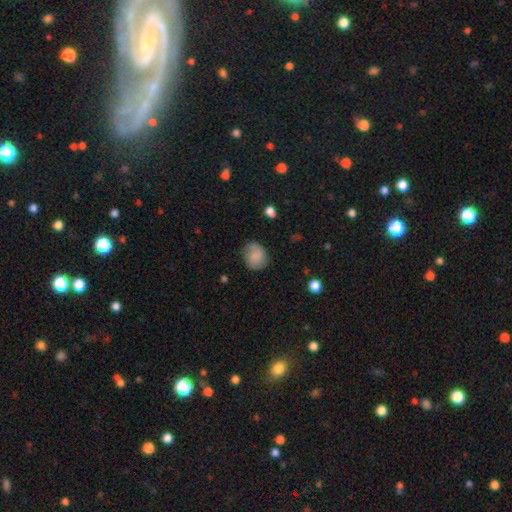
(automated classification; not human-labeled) smooth 78%, featured or disk 14%, star or artifact 9%. Down the decision tree: how rounded — round (61%); merging — none (69%).